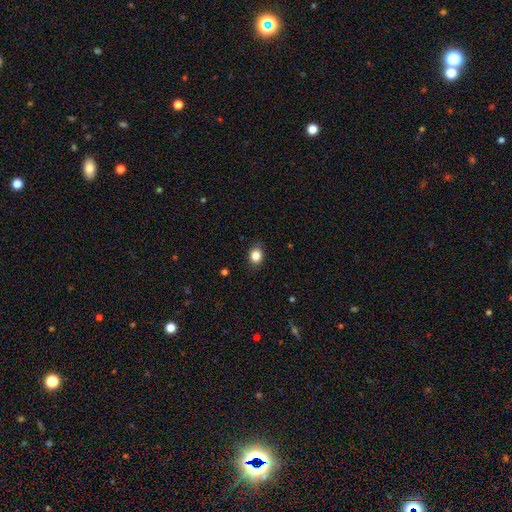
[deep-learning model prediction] Smooth or featured? Predicted: smooth (p=0.85). How rounded? Predicted: round (p=0.56). Merging? Predicted: none (p=0.85).